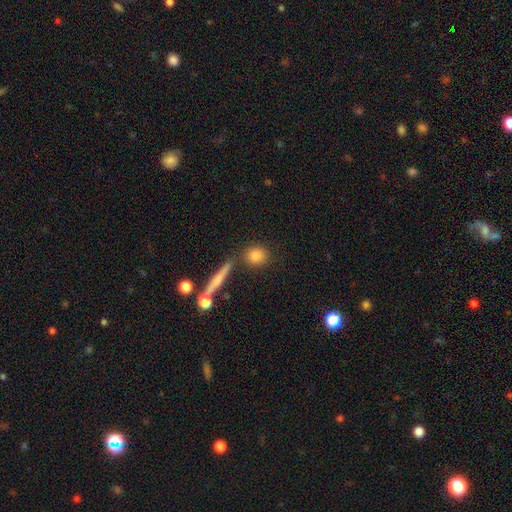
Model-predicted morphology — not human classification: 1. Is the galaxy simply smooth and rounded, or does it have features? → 80% smooth, 11% featured or disk, 9% star or artifact.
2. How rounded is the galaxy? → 70% round, 23% in between, 7% cigar-shaped.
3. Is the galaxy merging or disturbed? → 76% none, 11% merger, 10% minor disturbance, 3% major disturbance.